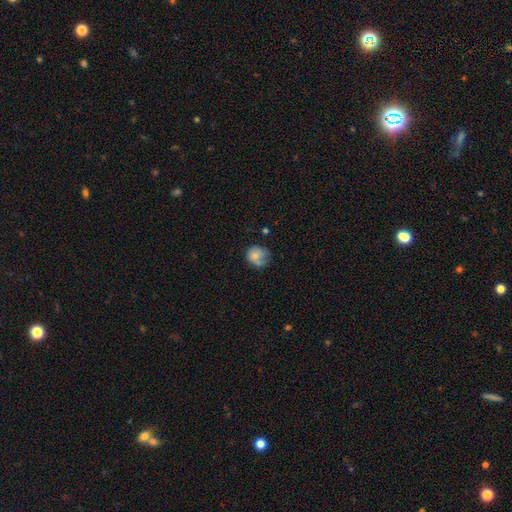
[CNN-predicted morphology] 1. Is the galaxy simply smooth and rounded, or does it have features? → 70% smooth, 21% featured or disk, 9% star or artifact.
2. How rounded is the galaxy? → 75% round, 24% in between, 1% cigar-shaped.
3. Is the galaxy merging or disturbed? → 47% none, 28% minor disturbance, 13% major disturbance, 12% merger.